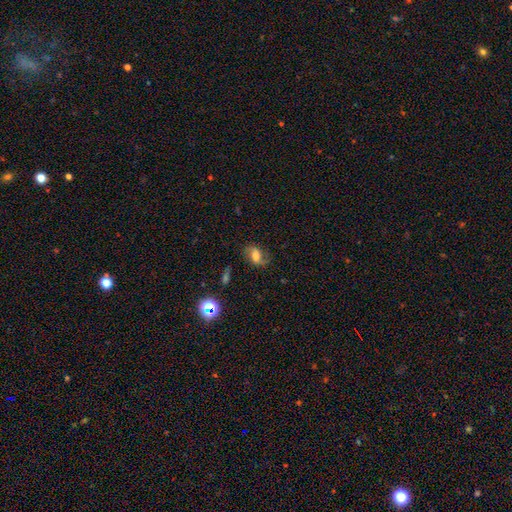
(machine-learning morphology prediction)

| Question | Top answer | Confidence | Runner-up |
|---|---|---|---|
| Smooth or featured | featured or disk | 55% | smooth (33%) |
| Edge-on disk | no | 95% | yes (5%) |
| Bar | weak | 43% | no (36%) |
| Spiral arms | yes | 88% | no (12%) |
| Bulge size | moderate | 45% | large (25%) |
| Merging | none | 70% | minor disturbance (19%) |